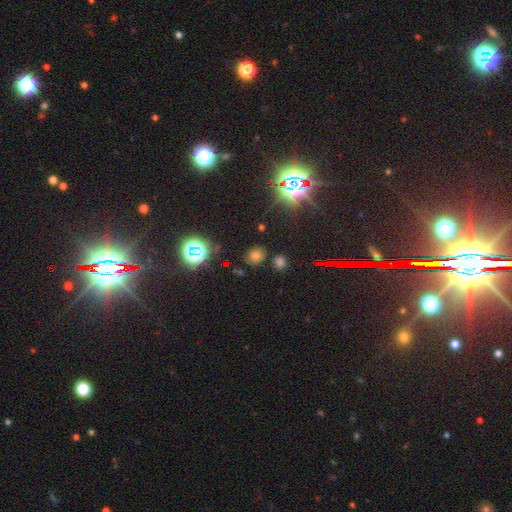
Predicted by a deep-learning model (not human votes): Overall: smooth (55%; star or artifact 38%). How rounded: round (77%). Merging: none (81%).